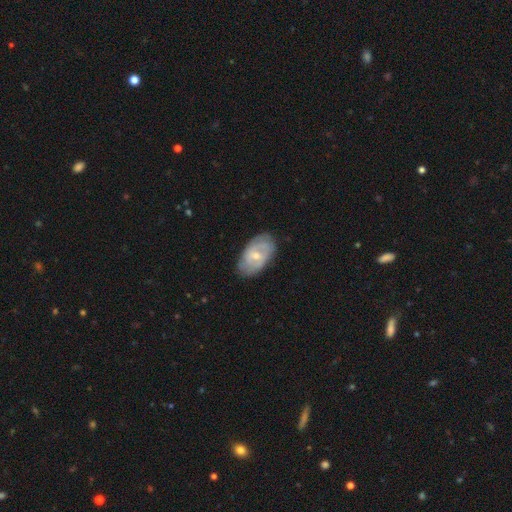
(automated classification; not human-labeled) A featured or disk galaxy (62%) with no bar (46%), spiral arms (70%) and a small central bulge (54%). Merging: none (77%).